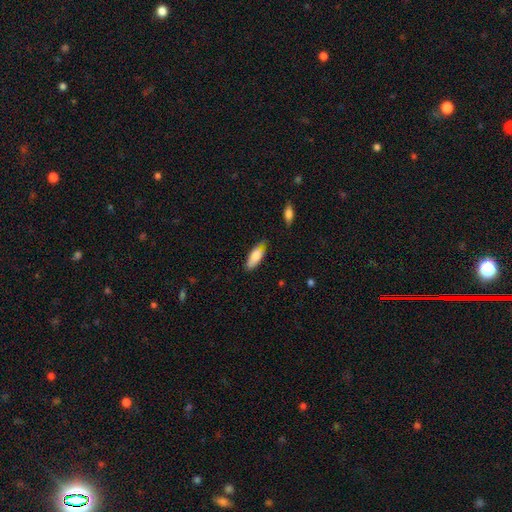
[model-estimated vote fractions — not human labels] Overall: smooth (78%). How rounded: in between (71%). Merging: none (70%).